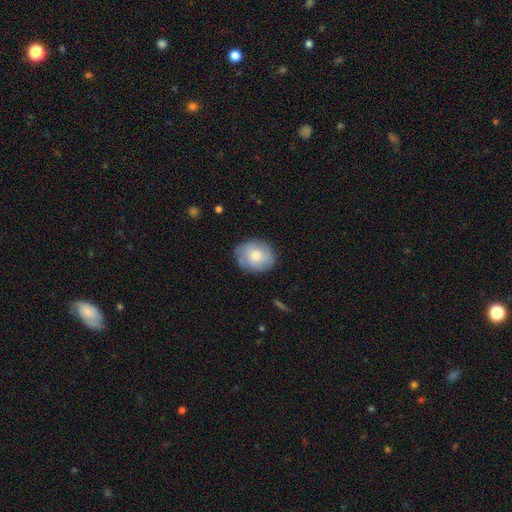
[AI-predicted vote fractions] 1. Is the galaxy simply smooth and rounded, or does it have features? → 62% smooth, 31% featured or disk, 7% star or artifact.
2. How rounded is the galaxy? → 55% round, 44% in between, 1% cigar-shaped.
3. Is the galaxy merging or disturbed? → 79% none, 16% minor disturbance, 4% major disturbance, 1% merger.